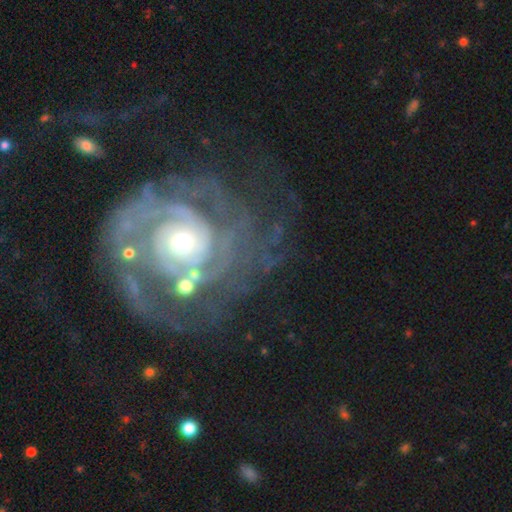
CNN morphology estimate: Smooth or featured: featured or disk — 89% (star or artifact — 6%)
Edge-on disk: no — 98% (yes — 2%)
Bar: no — 77% (weak — 17%)
Spiral arms: yes — 95% (no — 5%)
Spiral winding: tight — 70% (medium — 23%)
Spiral arm count: can't tell — 30% (2 — 26%)
Bulge size: small — 55% (moderate — 39%)
Merging: none — 58% (major disturbance — 21%)